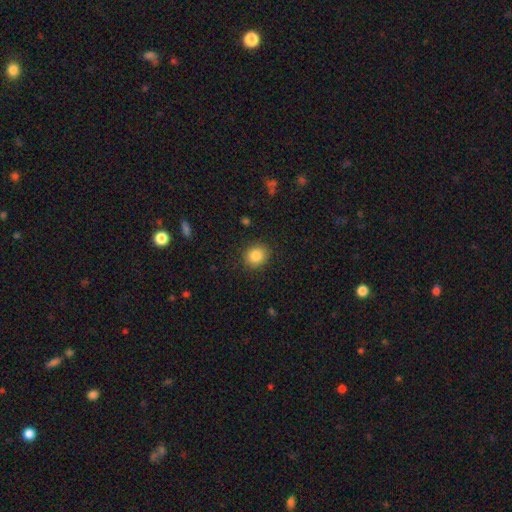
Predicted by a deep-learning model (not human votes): This appears to be a smooth galaxy with no disk features (85%) that is round (81%). Merging: none (90%).